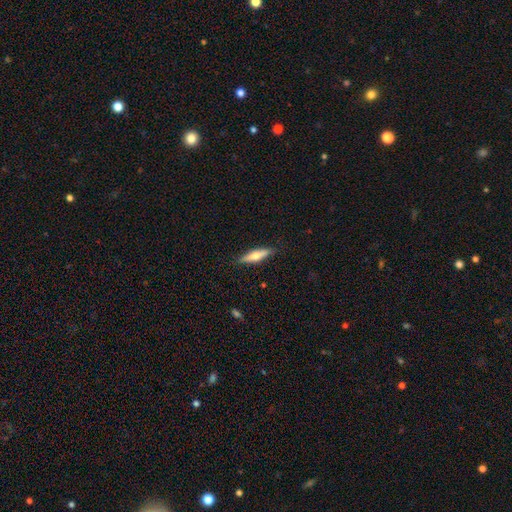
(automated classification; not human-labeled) Smooth or featured? Predicted: smooth (p=0.55). How rounded? Predicted: cigar-shaped (p=0.75). Merging? Predicted: none (p=0.87).